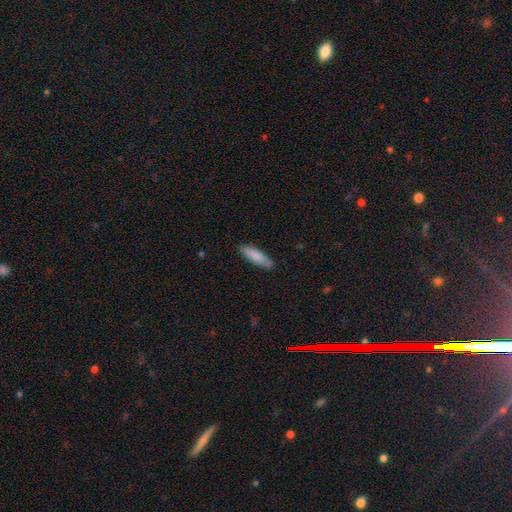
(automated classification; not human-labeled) Q: Smooth or featured?
A: smooth (85%); runner-up: featured or disk (10%)
Q: How rounded?
A: cigar-shaped (60%); runner-up: in between (38%)
Q: Merging?
A: none (86%); runner-up: minor disturbance (11%)